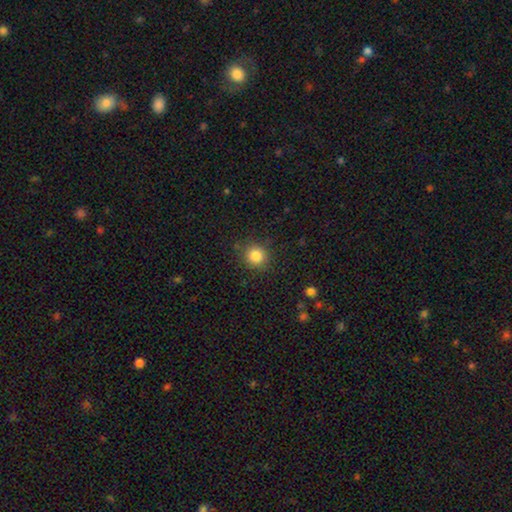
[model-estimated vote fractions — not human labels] Smooth or featured: smooth — 84% (star or artifact — 11%)
How rounded: round — 90% (in between — 9%)
Merging: none — 88% (minor disturbance — 8%)